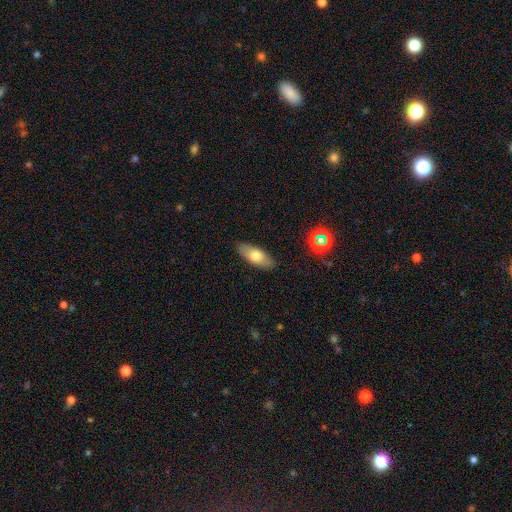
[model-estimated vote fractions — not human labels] smooth 71%, featured or disk 22%, star or artifact 7%. Down the decision tree: how rounded — in between (78%); merging — none (87%).